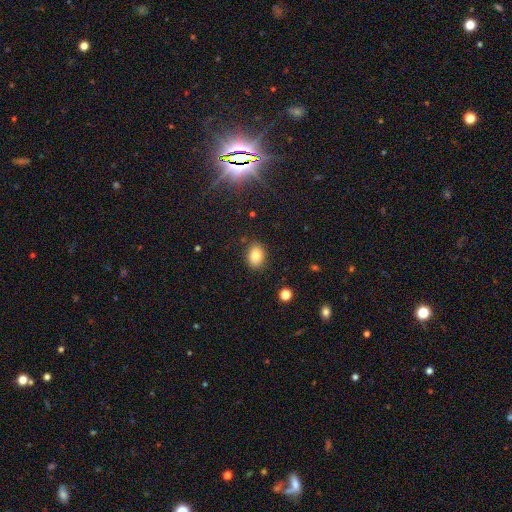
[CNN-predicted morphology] Q: Smooth or featured?
A: smooth (83%); runner-up: star or artifact (10%)
Q: How rounded?
A: in between (68%); runner-up: round (31%)
Q: Merging?
A: none (83%); runner-up: minor disturbance (12%)